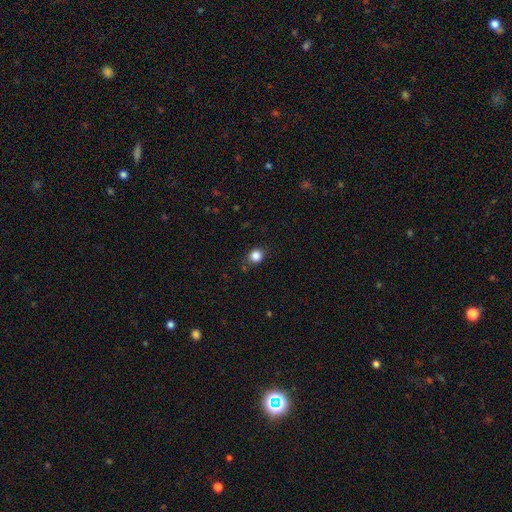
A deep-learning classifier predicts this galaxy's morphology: Smooth or featured?
  - smooth: 84% *
  - star or artifact: 12%
  - featured or disk: 5%
How rounded?
  - round: 80% *
  - in between: 19%
  - cigar-shaped: 1%
Merging?
  - none: 84% *
  - minor disturbance: 12%
  - major disturbance: 3%
  - merger: 2%